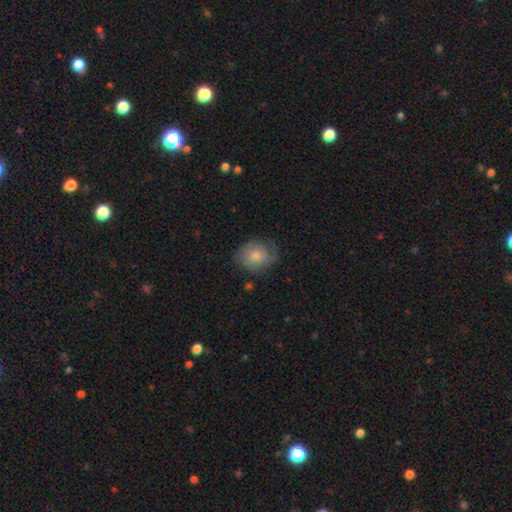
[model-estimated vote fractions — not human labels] Smooth or featured: smooth — 46% (featured or disk — 44%)
Merging: none — 69% (minor disturbance — 21%)